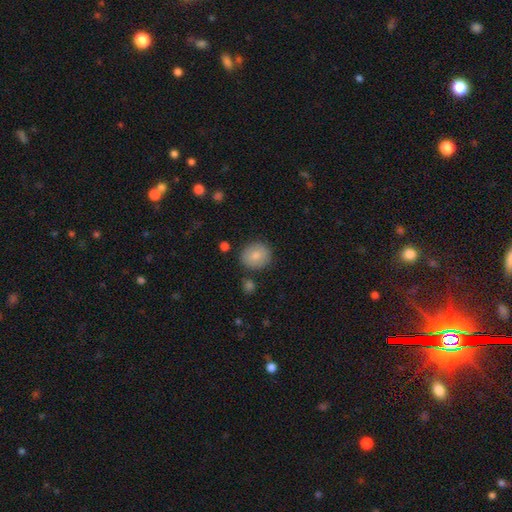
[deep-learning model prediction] Smooth or featured? smooth (79%)
How rounded? round (86%)
Merging? none (83%)